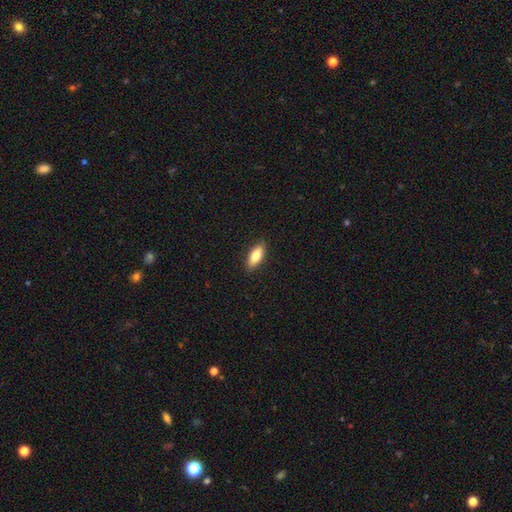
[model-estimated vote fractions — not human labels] Overall: smooth (80%). How rounded: in between (78%). Merging: none (89%).